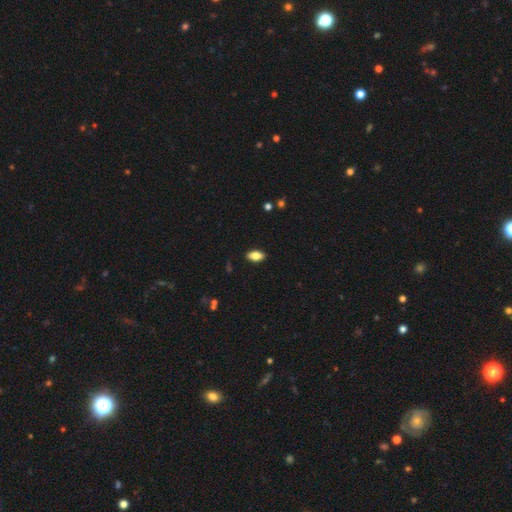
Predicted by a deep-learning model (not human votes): Smooth or featured? smooth (79%)
How rounded? in between (90%)
Merging? none (88%)